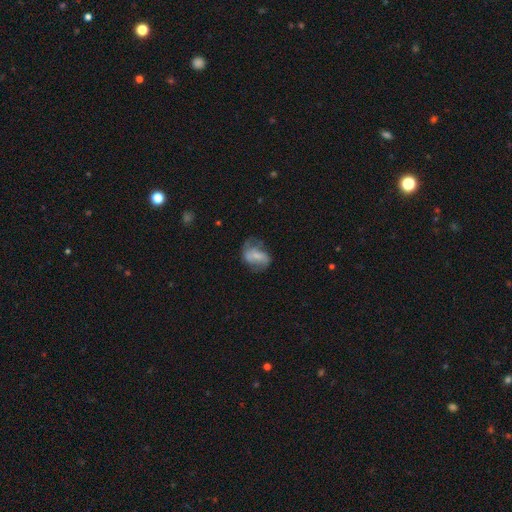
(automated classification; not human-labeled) Smooth or featured? Predicted: featured or disk (p=0.50). Merging? Predicted: none (p=0.44).